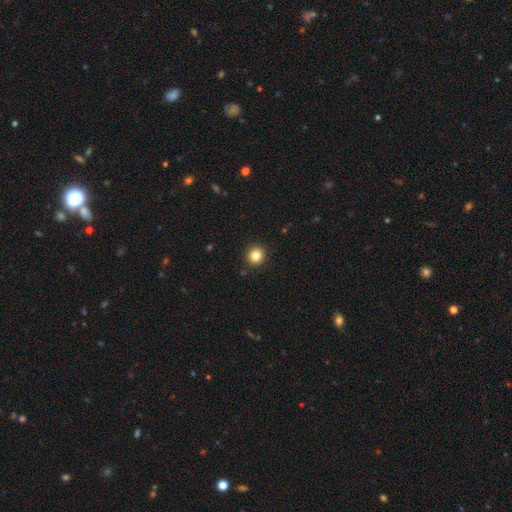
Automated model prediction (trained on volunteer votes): Morphology: type=smooth (84%); roundness=round (89%); merging=none (92%).